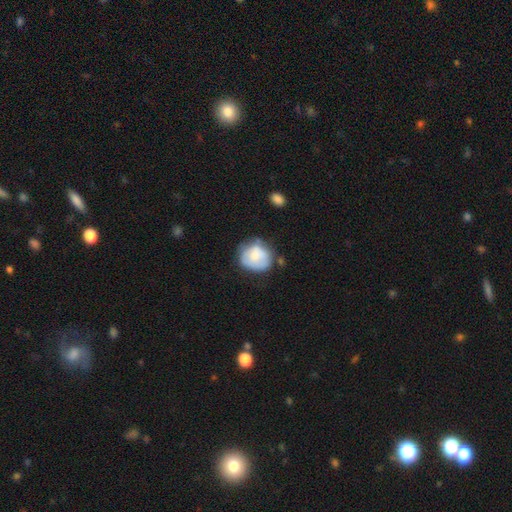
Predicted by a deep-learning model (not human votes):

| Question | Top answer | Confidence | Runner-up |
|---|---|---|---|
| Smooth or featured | smooth | 67% | featured or disk (26%) |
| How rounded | round | 68% | in between (31%) |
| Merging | none | 50% | minor disturbance (31%) |